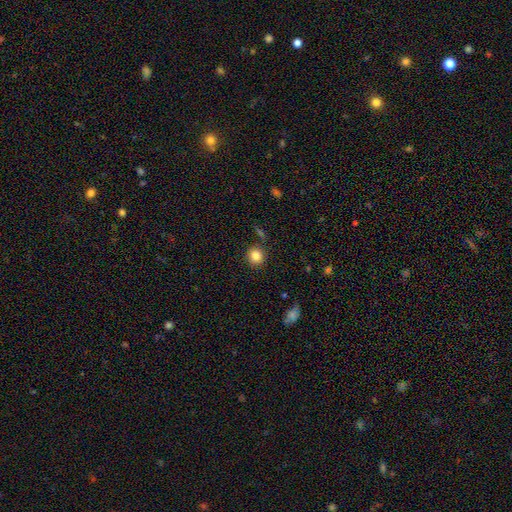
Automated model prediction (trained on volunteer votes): Q: Smooth or featured?
A: smooth (84%); runner-up: star or artifact (10%)
Q: How rounded?
A: round (89%); runner-up: in between (10%)
Q: Merging?
A: none (85%); runner-up: minor disturbance (9%)